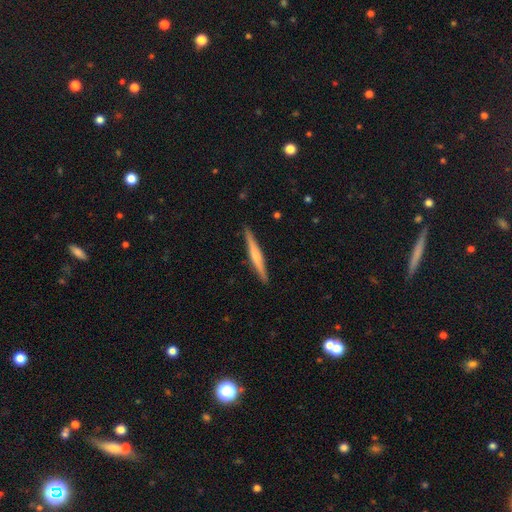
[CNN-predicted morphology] This is possibly a featured or disk galaxy (56%). It is clearly viewed edge-on (98%). Edge-on bulge: possibly rounded (59%). Merging: clearly none (91%).